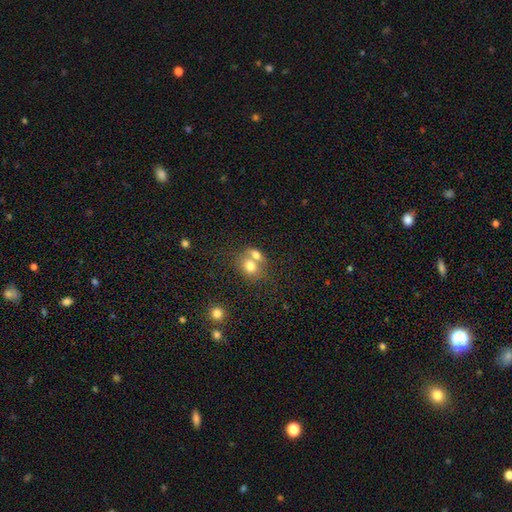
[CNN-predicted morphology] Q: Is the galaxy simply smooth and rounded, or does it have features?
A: smooth — 72%.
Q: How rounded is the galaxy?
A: in between — 54%.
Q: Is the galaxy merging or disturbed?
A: merger — 62%.